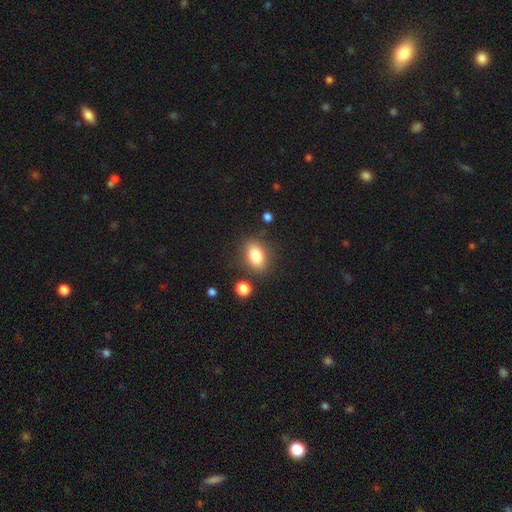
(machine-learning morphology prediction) This is clearly a smooth galaxy (83%). How rounded: clearly in between (84%). Merging: clearly none (81%).